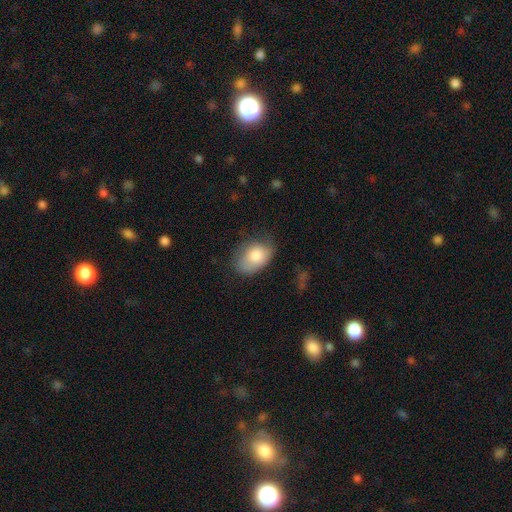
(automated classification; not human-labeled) Q: Smooth or featured?
A: smooth (81%); runner-up: featured or disk (12%)
Q: How rounded?
A: in between (84%); runner-up: round (15%)
Q: Merging?
A: none (53%); runner-up: minor disturbance (33%)